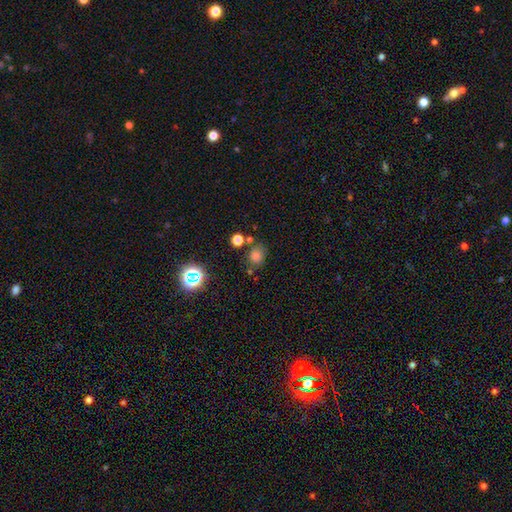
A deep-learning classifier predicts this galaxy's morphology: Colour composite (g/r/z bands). It shows a smooth galaxy with no disk features (73%) that is round (69%). Merging: none (70%).